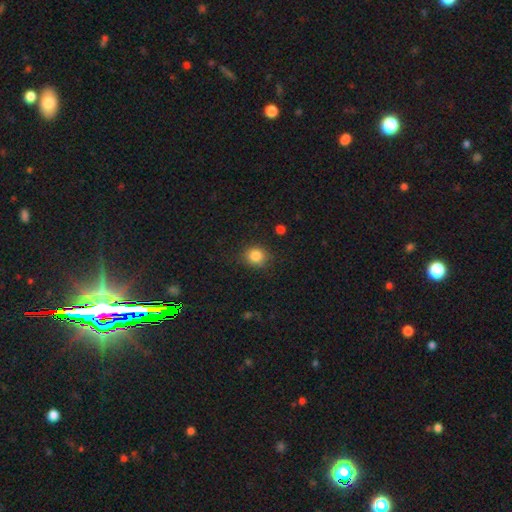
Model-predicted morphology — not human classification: Overall: smooth (84%). How rounded: round (79%). Merging: none (83%).